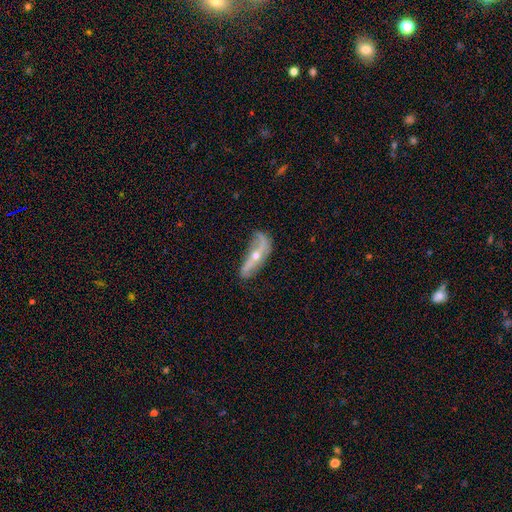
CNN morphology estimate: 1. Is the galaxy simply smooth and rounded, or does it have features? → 79% featured or disk, 15% smooth, 6% star or artifact.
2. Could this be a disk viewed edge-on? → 79% no, 21% yes.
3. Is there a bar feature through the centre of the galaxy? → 42% no, 34% strong, 24% weak.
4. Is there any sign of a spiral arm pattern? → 87% yes, 13% no.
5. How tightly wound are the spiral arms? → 80% loose, 14% medium, 6% tight.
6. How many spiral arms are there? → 87% 2, 6% 1, 5% can't tell, 1% 3, 1% 4, 1% more than 4.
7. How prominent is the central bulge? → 49% moderate, 47% small, 1% large, 1% none, 1% dominant.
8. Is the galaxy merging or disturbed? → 60% none, 25% minor disturbance, 12% major disturbance, 3% merger.